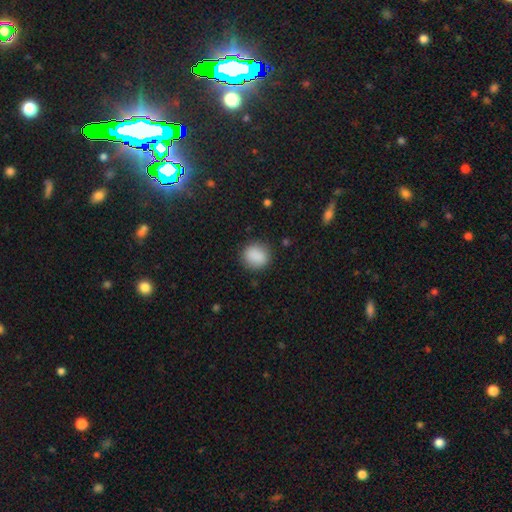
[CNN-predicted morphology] A smooth galaxy with no disk features (88%) that is round (75%).

Vote fractions:
- Smooth or featured? smooth: 88% / star or artifact: 8% / featured or disk: 4%
- How rounded? round: 75% / in between: 24% / cigar-shaped: 1%
- Merging? none: 85% / minor disturbance: 10% / major disturbance: 3% / merger: 1%